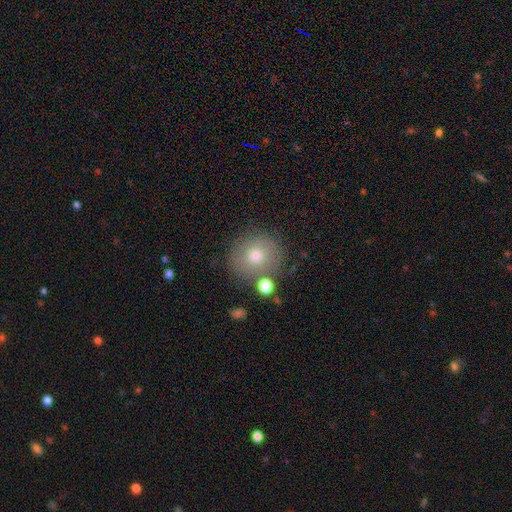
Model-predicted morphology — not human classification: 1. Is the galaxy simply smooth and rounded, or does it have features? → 73% smooth, 15% featured or disk, 12% star or artifact.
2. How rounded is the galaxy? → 85% round, 14% in between, 1% cigar-shaped.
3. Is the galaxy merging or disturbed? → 77% none, 12% minor disturbance, 7% merger, 4% major disturbance.